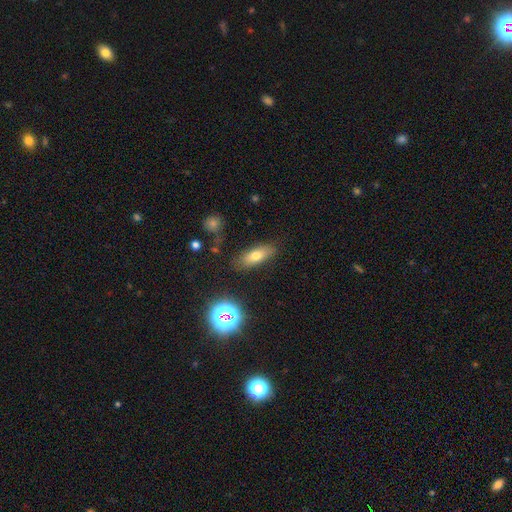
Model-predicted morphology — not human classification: A smooth galaxy with no disk features (69%) that is in between round and cigar-shaped (67%).

Vote fractions:
- Smooth or featured? smooth: 69% / featured or disk: 19% / star or artifact: 12%
- How rounded? in between: 67% / cigar-shaped: 28% / round: 5%
- Merging? none: 81% / minor disturbance: 13% / major disturbance: 4% / merger: 2%